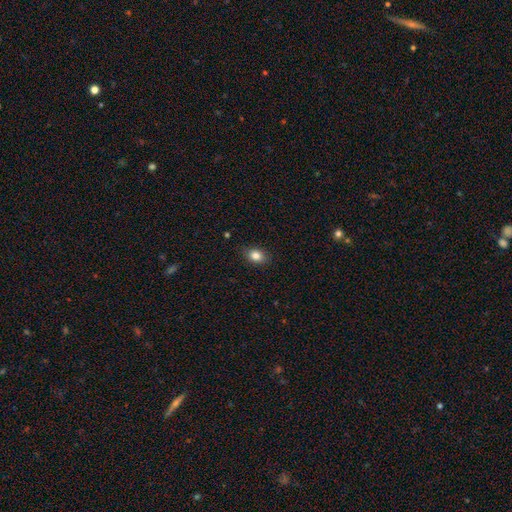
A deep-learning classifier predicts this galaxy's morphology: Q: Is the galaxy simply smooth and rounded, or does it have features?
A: smooth — 84%.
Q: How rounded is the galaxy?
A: in between — 73%.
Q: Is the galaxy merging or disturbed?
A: none — 85%.